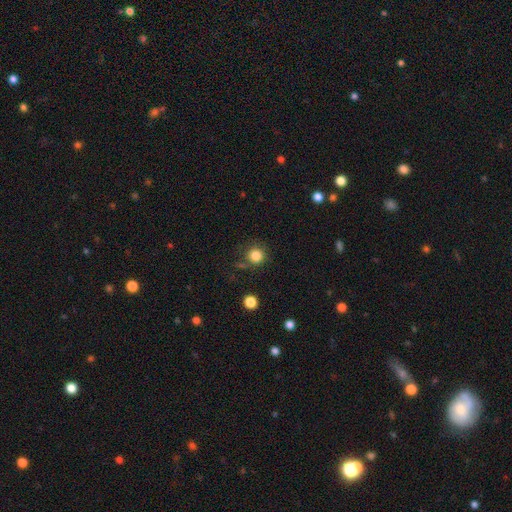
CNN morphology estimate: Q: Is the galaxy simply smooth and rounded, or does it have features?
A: smooth — 83%.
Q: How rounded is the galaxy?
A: round — 93%.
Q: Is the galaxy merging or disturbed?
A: none — 79%.